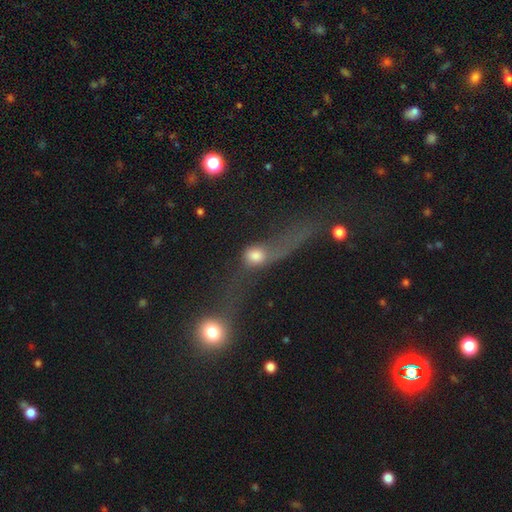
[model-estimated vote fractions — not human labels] smooth_or_featured: smooth (p=0.56) [alt: featured or disk p=0.29]
how_rounded: round (p=0.49) [alt: in between p=0.40]
merging: major disturbance (p=0.42) [alt: merger p=0.27]